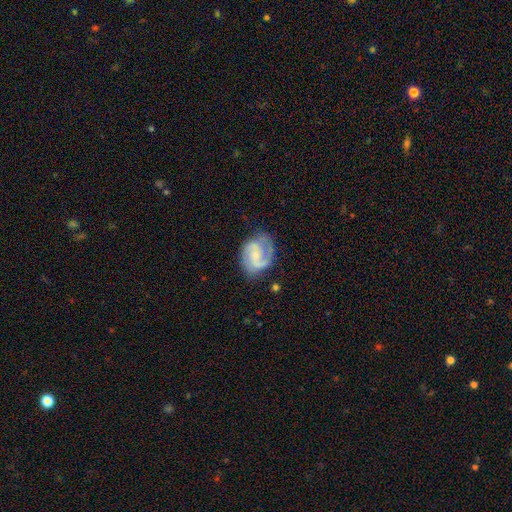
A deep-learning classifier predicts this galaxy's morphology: featured or disk 82%, smooth 13%, star or artifact 5%. Down the decision tree: edge-on disk — no (98%); bar — no (49%); spiral arms — yes (96%); spiral arm count — 2 (81%); spiral winding — medium (52%); bulge size — small (59%); merging — none (69%).